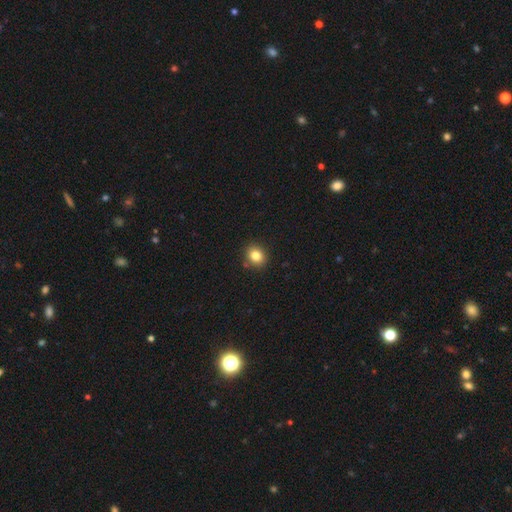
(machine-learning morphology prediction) Q: Smooth or featured?
A: smooth (83%); runner-up: star or artifact (11%)
Q: How rounded?
A: round (67%); runner-up: in between (32%)
Q: Merging?
A: none (88%); runner-up: minor disturbance (8%)